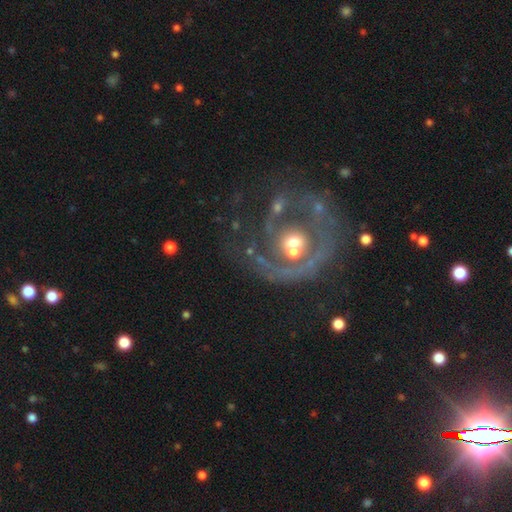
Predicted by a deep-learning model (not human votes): Smooth or featured? featured or disk (76%)
Edge-on disk? no (96%)
Bar? no (59%)
Spiral arms? yes (59%)
Bulge size? moderate (60%)
Merging? none (46%)